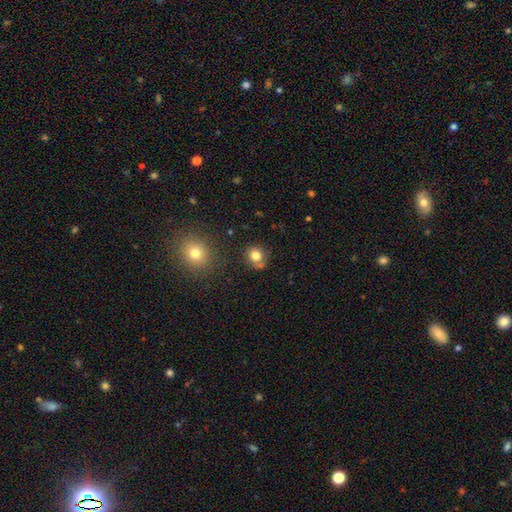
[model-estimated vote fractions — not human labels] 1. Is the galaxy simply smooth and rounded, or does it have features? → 79% smooth, 12% star or artifact, 8% featured or disk.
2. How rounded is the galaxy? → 72% round, 27% in between, 1% cigar-shaped.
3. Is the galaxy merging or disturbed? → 68% none, 16% minor disturbance, 11% merger, 5% major disturbance.